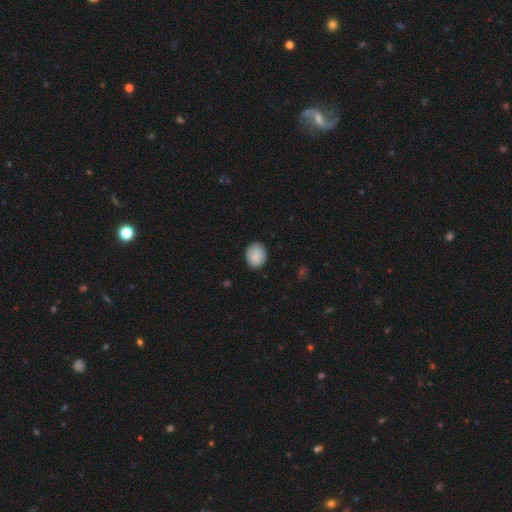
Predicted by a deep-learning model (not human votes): A smooth galaxy with no disk features (87%) that is in between round and cigar-shaped (50%). Merging: none (85%).